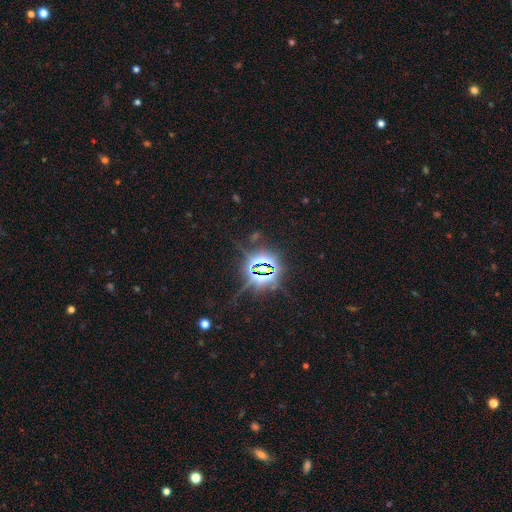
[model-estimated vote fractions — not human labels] smooth_or_featured: star or artifact (p=0.84) [alt: smooth p=0.08]